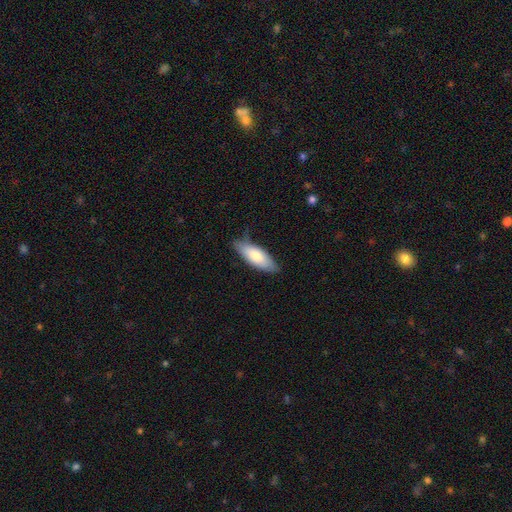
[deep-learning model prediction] A smooth galaxy with no disk features (74%) that is in between round and cigar-shaped (71%). Merging: none (72%).